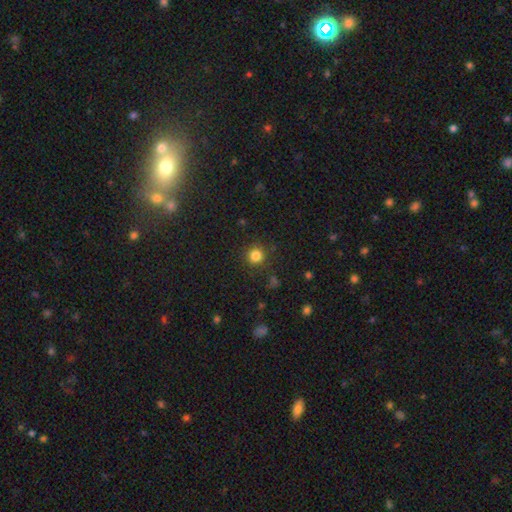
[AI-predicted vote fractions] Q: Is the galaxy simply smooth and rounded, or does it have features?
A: smooth — 82%.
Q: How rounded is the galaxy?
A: round — 94%.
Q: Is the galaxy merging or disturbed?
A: none — 88%.